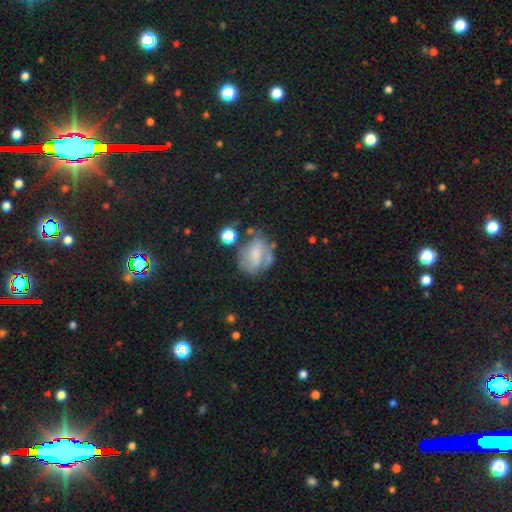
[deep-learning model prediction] Q: Smooth or featured?
A: smooth (46%); runner-up: featured or disk (44%)
Q: Merging?
A: none (43%); runner-up: minor disturbance (26%)